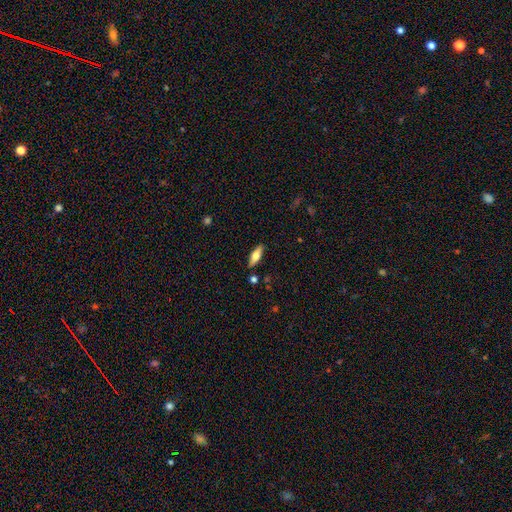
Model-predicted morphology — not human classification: This is likely a smooth galaxy (61%). How rounded: possibly in between (58%). Merging: clearly none (87%).